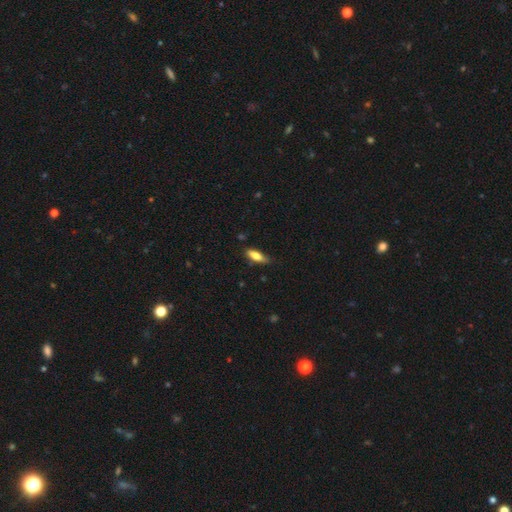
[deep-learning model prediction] smooth-or-featured: smooth: 74% | featured or disk: 20% | star or artifact: 7%
  how-rounded: in between: 60% | cigar-shaped: 38% | round: 2%
  merging: none: 69% | minor disturbance: 25% | major disturbance: 5% | merger: 2%